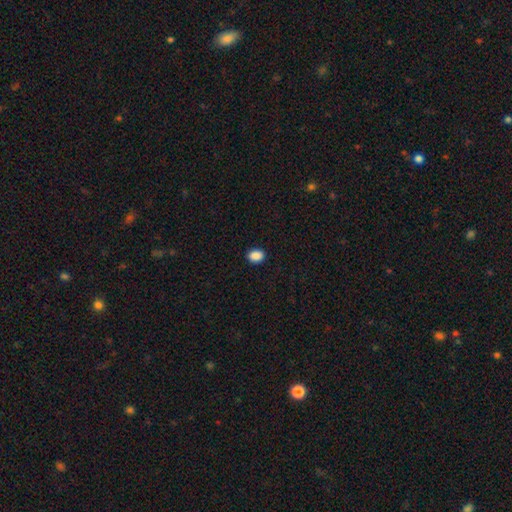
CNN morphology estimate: This appears to be a smooth galaxy with no disk features (89%) that is in between round and cigar-shaped (66%). Merging: none (90%).